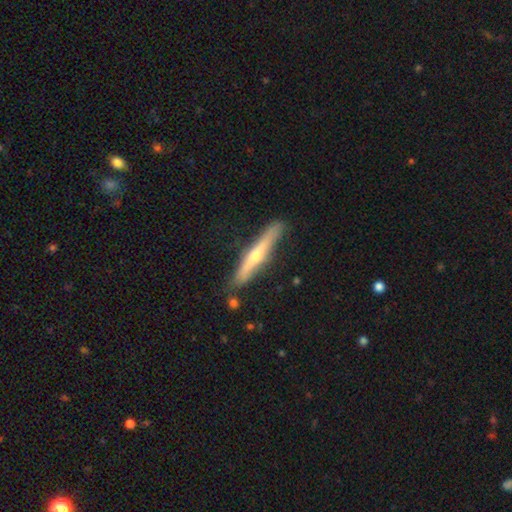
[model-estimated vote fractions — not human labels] smooth-or-featured: featured or disk: 62% | smooth: 33% | star or artifact: 5%
  disk-edge-on: yes: 95% | no: 5%
    edge-on-bulge: rounded: 83% | none: 13% | boxy: 3%
  merging: none: 84% | minor disturbance: 11% | merger: 3% | major disturbance: 2%